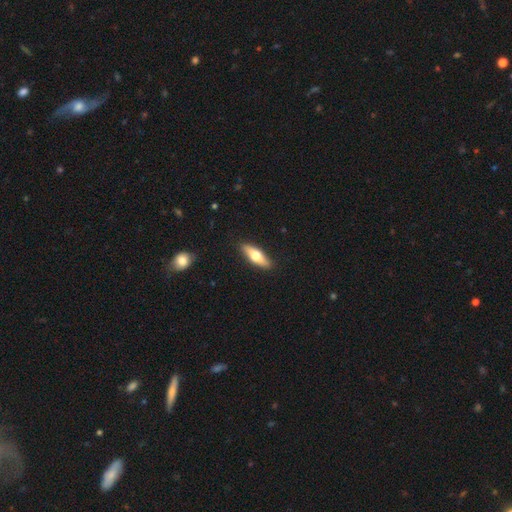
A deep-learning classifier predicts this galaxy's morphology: type=smooth (53%); roundness=cigar-shaped (51%); merging=none (88%).